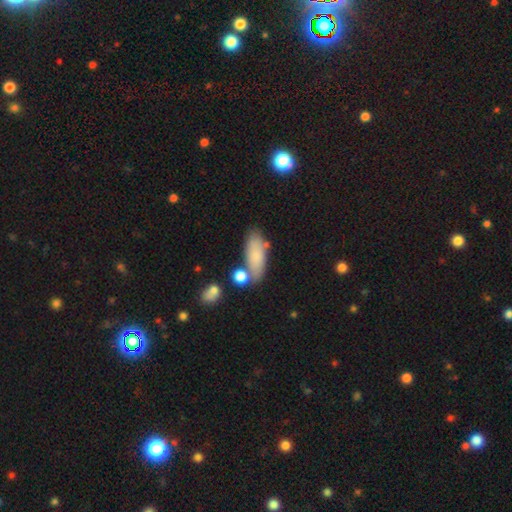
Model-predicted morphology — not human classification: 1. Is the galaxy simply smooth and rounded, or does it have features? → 79% smooth, 13% featured or disk, 7% star or artifact.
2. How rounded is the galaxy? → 74% in between, 23% cigar-shaped, 3% round.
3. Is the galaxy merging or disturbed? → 65% none, 16% minor disturbance, 14% merger, 5% major disturbance.